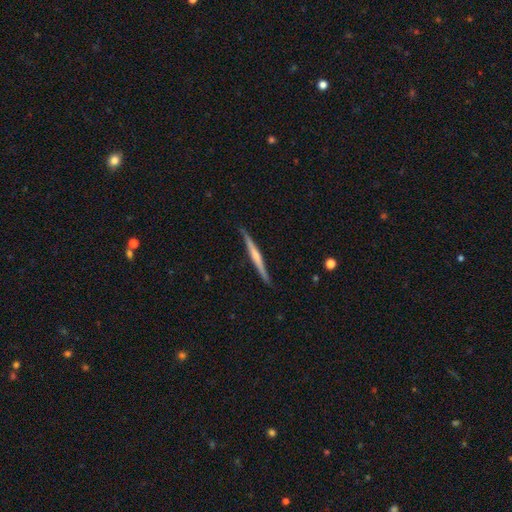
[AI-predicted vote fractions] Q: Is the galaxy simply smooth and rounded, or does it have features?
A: featured or disk — 64%.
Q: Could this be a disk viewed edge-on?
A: yes — 98%.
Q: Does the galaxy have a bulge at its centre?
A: rounded — 48%.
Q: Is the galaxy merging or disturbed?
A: none — 89%.